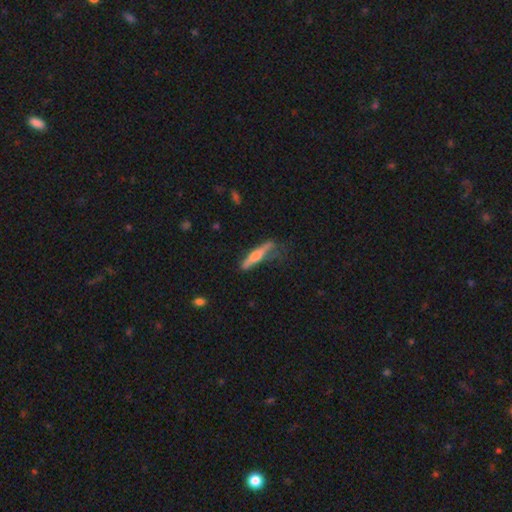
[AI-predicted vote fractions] featured or disk 49%, smooth 44%, star or artifact 6%. Down the decision tree: merging — none (62%).